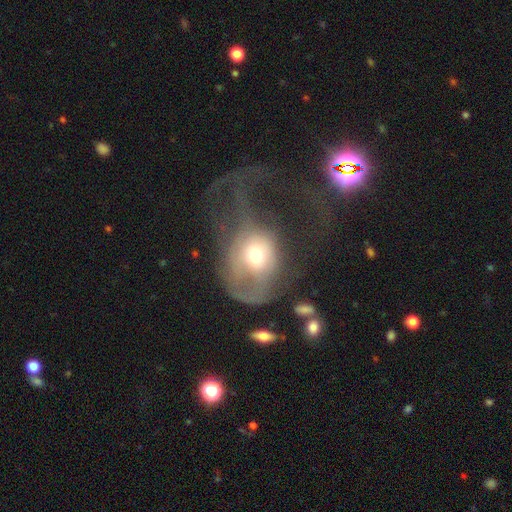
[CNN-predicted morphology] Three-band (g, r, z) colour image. It shows a smooth galaxy with no disk features (51%) that is round (56%). Merging: major disturbance (70%).